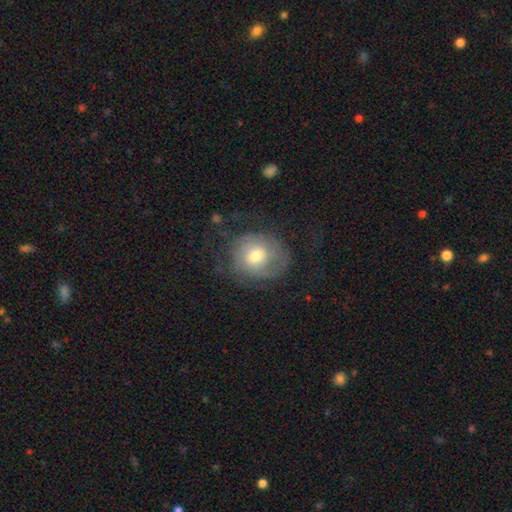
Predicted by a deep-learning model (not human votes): The model was most divided on "smooth or featured": featured or disk: 56%, smooth: 35%, star or artifact: 9%. More confident: edge-on disk — no (97%); spiral arms — yes (78%); bar — no (73%); bulge size — moderate (63%); merging — none (61%).